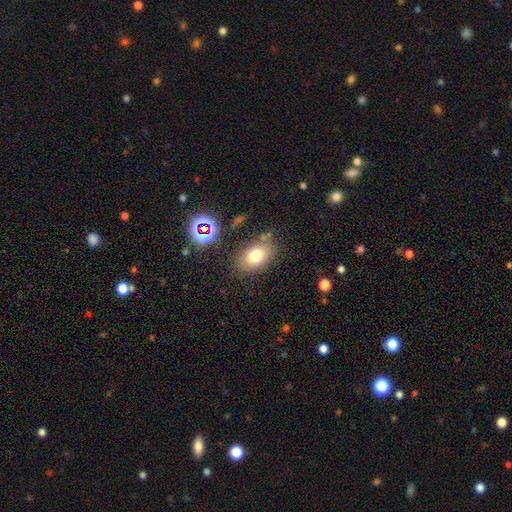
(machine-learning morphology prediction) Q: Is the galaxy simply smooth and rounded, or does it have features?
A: smooth — 73%.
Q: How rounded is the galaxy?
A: in between — 81%.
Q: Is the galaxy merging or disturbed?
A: none — 77%.